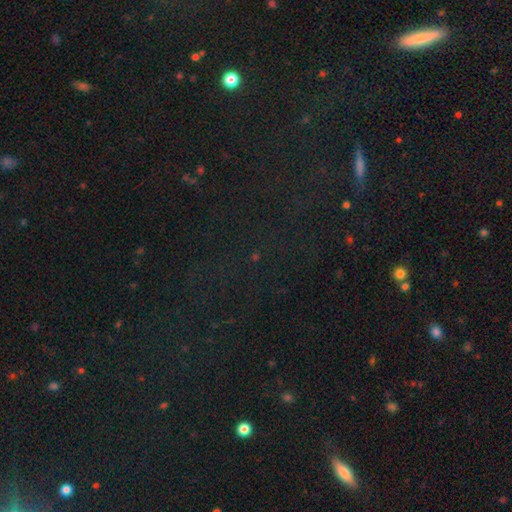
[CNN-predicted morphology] A star or artifact, not a galaxy (70%).